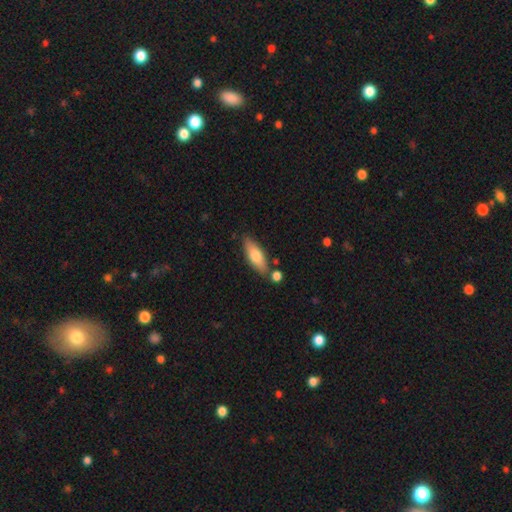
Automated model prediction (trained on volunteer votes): Overall: smooth (69%). How rounded: in between (58%; cigar-shaped 39%). Merging: none (75%).